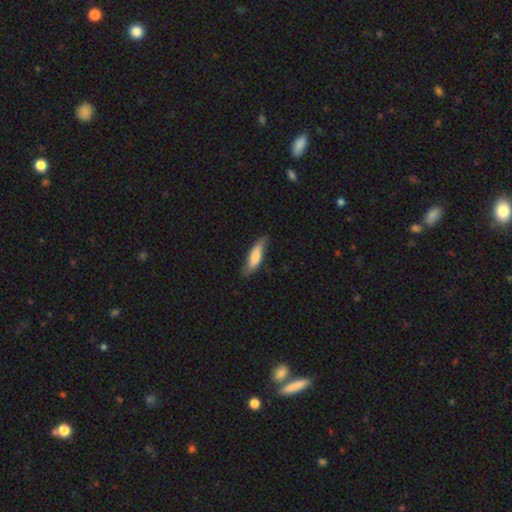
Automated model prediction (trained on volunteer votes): Morphology: type=smooth (69%); roundness=cigar-shaped (56%); merging=none (73%).